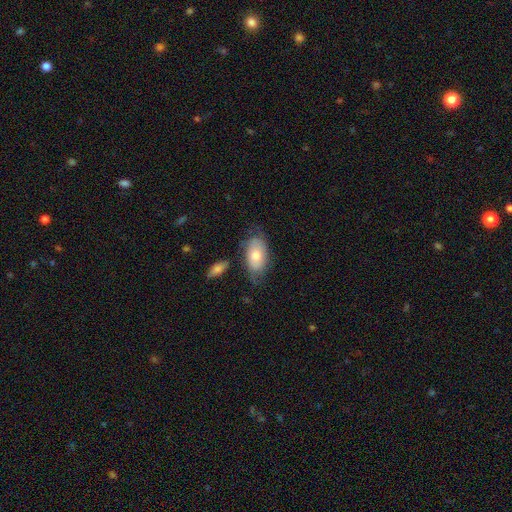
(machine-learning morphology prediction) A smooth galaxy with no disk features (64%) that is in between round and cigar-shaped (93%). Merging: none (58%).